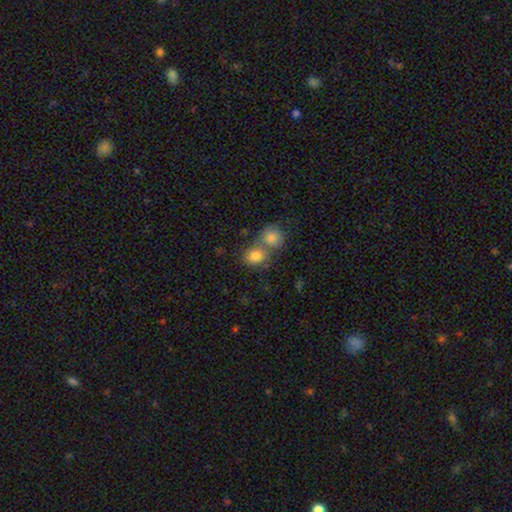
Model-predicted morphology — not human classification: type=smooth (82%); roundness=round (65%); merging=merger (50%).